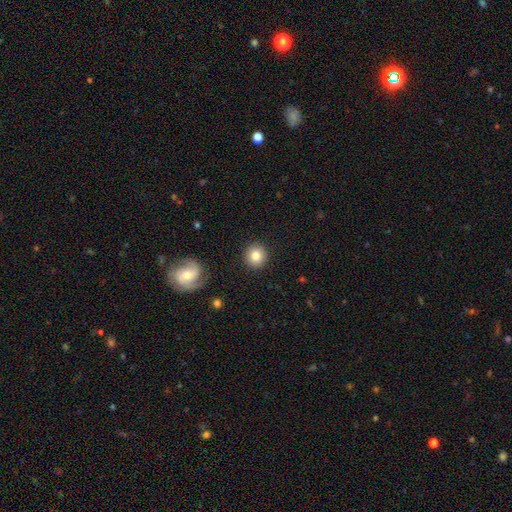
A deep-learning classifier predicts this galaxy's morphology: A smooth galaxy with no disk features (83%) that is round (92%). Merging: none (91%).